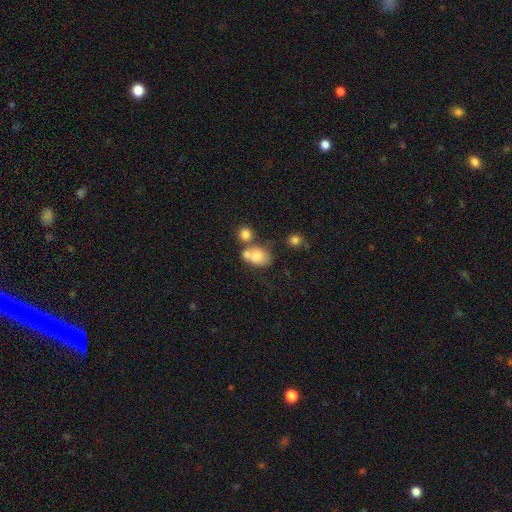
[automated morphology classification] This appears to be a smooth galaxy with no disk features (72%) that is in between round and cigar-shaped (63%). Merging: merger (44%).